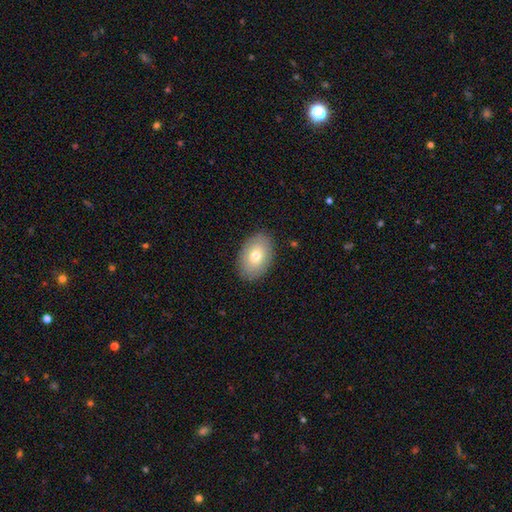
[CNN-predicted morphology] Q: Smooth or featured?
A: smooth (74%); runner-up: featured or disk (19%)
Q: How rounded?
A: in between (85%); runner-up: round (13%)
Q: Merging?
A: none (88%); runner-up: minor disturbance (9%)